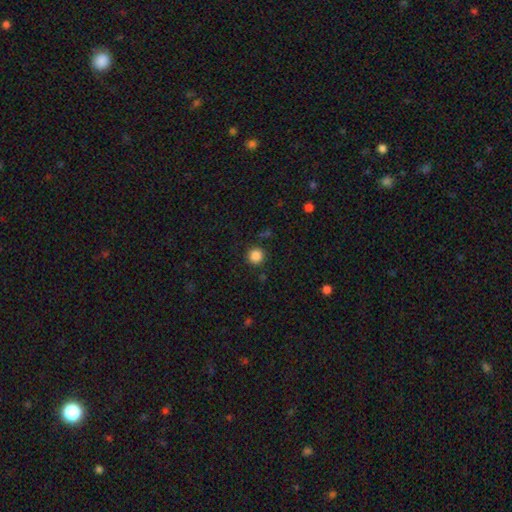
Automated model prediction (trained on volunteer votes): Smooth or featured: smooth — 86% (star or artifact — 11%)
How rounded: round — 95% (in between — 4%)
Merging: none — 90% (minor disturbance — 6%)